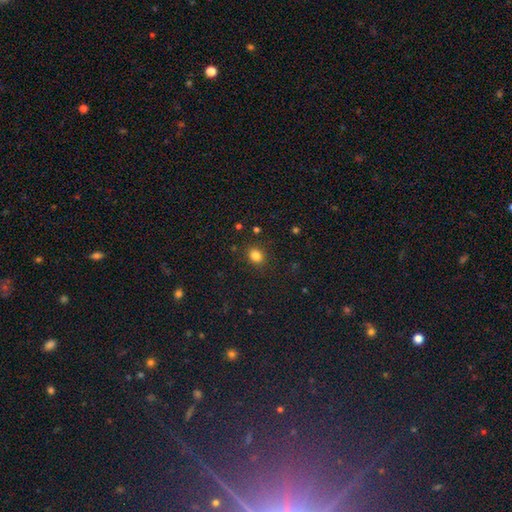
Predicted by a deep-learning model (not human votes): Smooth or featured? smooth (83%)
How rounded? round (54%)
Merging? none (87%)